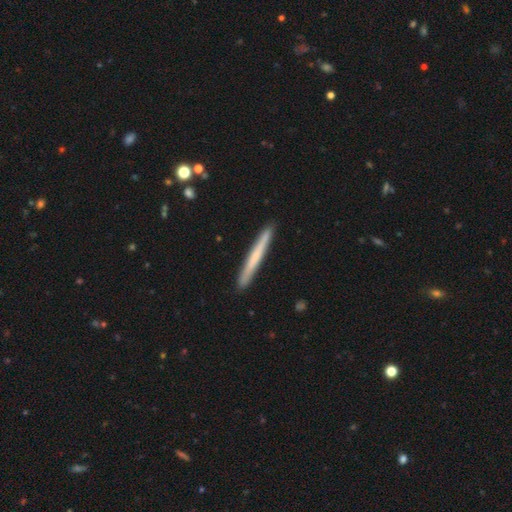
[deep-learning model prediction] Q: Smooth or featured?
A: smooth (58%); runner-up: featured or disk (37%)
Q: How rounded?
A: cigar-shaped (97%); runner-up: in between (2%)
Q: Merging?
A: none (92%); runner-up: minor disturbance (6%)